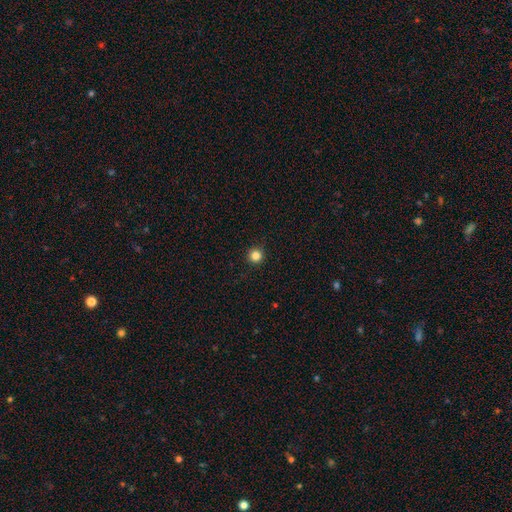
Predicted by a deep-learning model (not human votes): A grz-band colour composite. It shows a smooth galaxy with no disk features (84%) that is round (96%). Merging: none (93%).